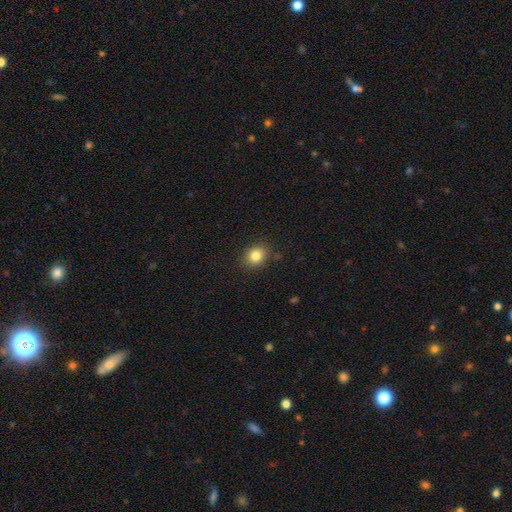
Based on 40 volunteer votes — smooth_or_featured: smooth (p=0.85) [alt: star or artifact p=0.12]
how_rounded: round (p=0.59) [alt: in between p=0.41]
merging: none (p=0.83) [alt: minor disturbance p=0.14]